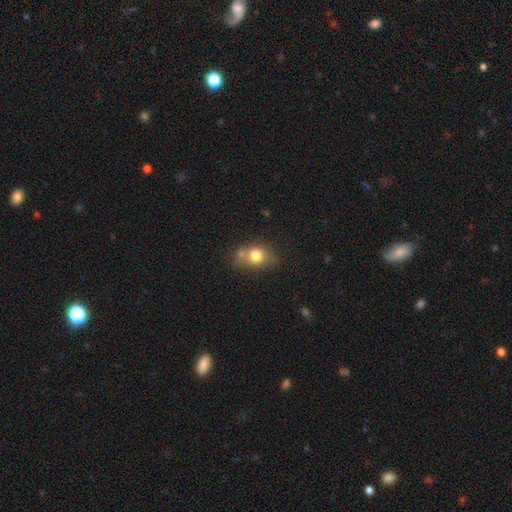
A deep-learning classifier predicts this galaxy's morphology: A smooth galaxy with no disk features (76%) that is in between round and cigar-shaped (50%). Merging: none (51%).